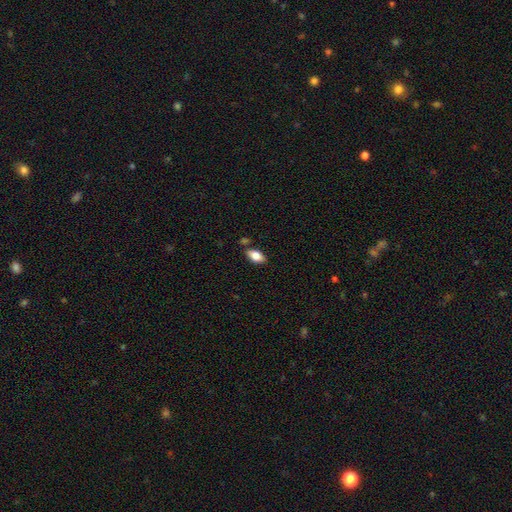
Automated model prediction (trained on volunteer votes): Smooth or featured? smooth (77%)
How rounded? in between (91%)
Merging? none (78%)